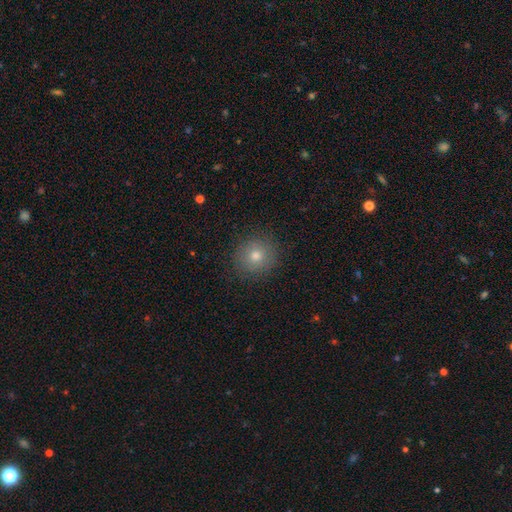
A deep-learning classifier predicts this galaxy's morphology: type=smooth (75%); roundness=round (88%); merging=none (88%).